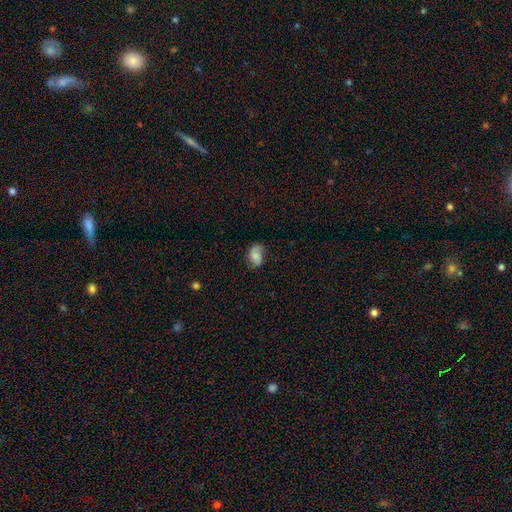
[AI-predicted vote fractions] Overall: smooth (60%; featured or disk 31%). How rounded: in between (82%). Merging: none (62%; minor disturbance 27%).